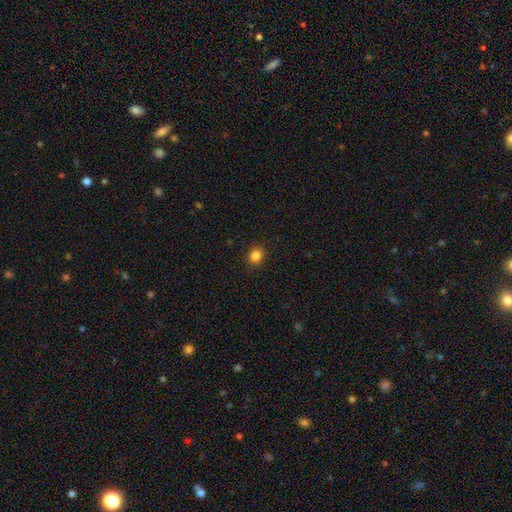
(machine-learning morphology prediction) A smooth galaxy with no disk features (84%) that is round (80%).

Vote fractions:
- Smooth or featured? smooth: 84% / star or artifact: 12% / featured or disk: 4%
- How rounded? round: 80% / in between: 19% / cigar-shaped: 1%
- Merging? none: 91% / minor disturbance: 6% / major disturbance: 2% / merger: 1%